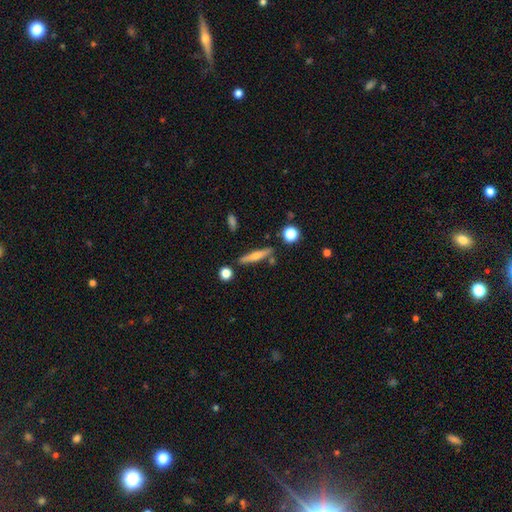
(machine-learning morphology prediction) Q: Smooth or featured?
A: featured or disk (48%); runner-up: smooth (44%)
Q: Merging?
A: none (84%); runner-up: minor disturbance (9%)